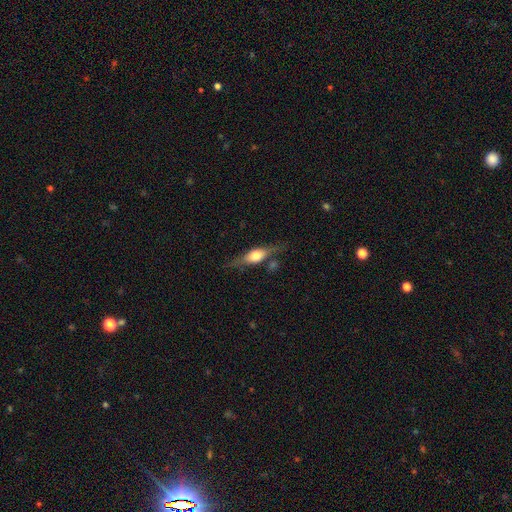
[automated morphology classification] smooth-or-featured: featured or disk: 59% | smooth: 34% | star or artifact: 7%
  disk-edge-on: yes: 91% | no: 9%
    edge-on-bulge: rounded: 88% | boxy: 10% | none: 2%
  merging: none: 71% | minor disturbance: 17% | merger: 6% | major disturbance: 6%